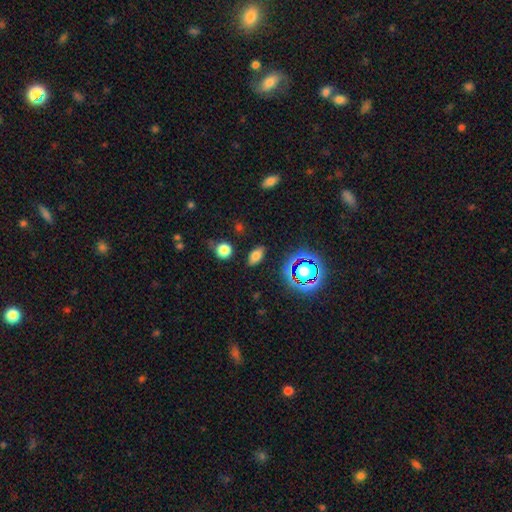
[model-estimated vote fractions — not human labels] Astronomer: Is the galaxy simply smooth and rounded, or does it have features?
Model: smooth — 73%.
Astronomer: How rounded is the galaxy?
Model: in between — 85%.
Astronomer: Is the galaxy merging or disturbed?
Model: none — 85%.